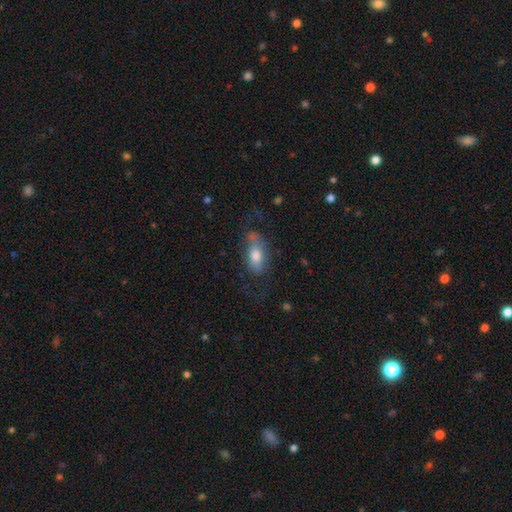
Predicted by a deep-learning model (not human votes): Smooth or featured?
  - smooth: 65% *
  - featured or disk: 28%
  - star or artifact: 7%
How rounded?
  - in between: 85% *
  - cigar-shaped: 11%
  - round: 5%
Merging?
  - none: 47% *
  - minor disturbance: 27%
  - major disturbance: 23%
  - merger: 4%